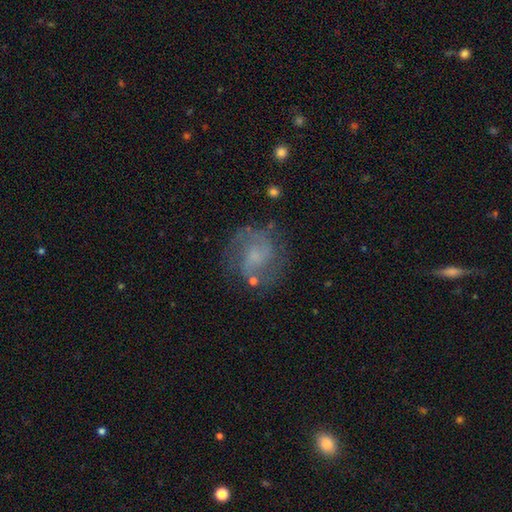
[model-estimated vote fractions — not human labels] featured or disk 74%, smooth 16%, star or artifact 9%. Down the decision tree: edge-on disk — no (98%); bar — no (48%); spiral arms — yes (92%); spiral arm count — 2 (80%); spiral winding — medium (53%); bulge size — small (40%); merging — none (72%).